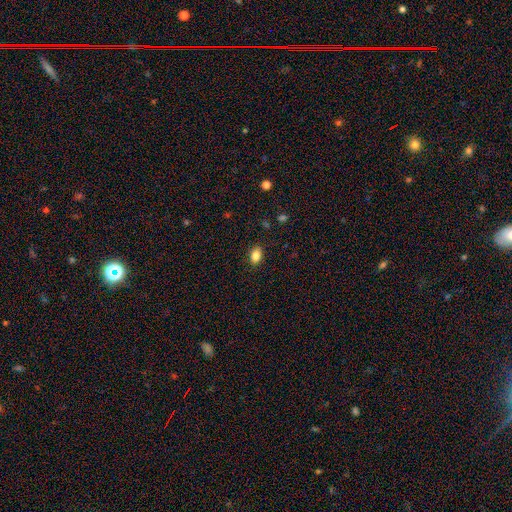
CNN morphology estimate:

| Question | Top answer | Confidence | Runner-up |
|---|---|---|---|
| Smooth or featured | smooth | 86% | star or artifact (9%) |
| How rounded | in between | 84% | round (14%) |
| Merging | none | 88% | minor disturbance (9%) |